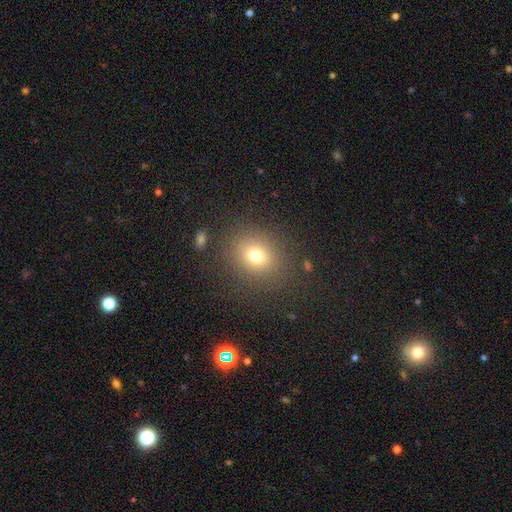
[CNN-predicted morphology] smooth-or-featured: smooth: 74% | star or artifact: 16% | featured or disk: 11%
  how-rounded: round: 73% | in between: 26% | cigar-shaped: 1%
  merging: none: 84% | minor disturbance: 9% | major disturbance: 5% | merger: 2%